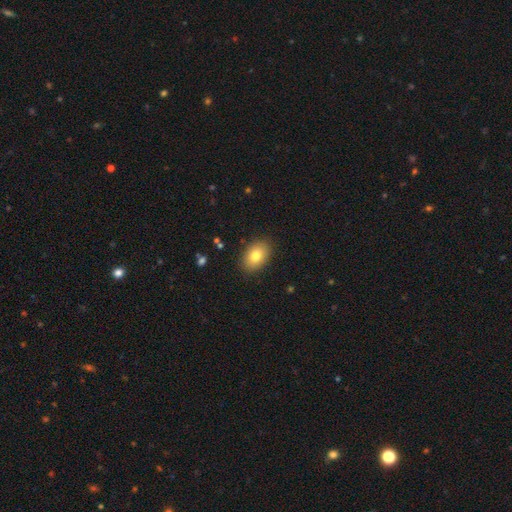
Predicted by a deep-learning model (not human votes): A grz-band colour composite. It shows a smooth galaxy with no disk features (80%) that is in between round and cigar-shaped (84%). Merging: none (88%).